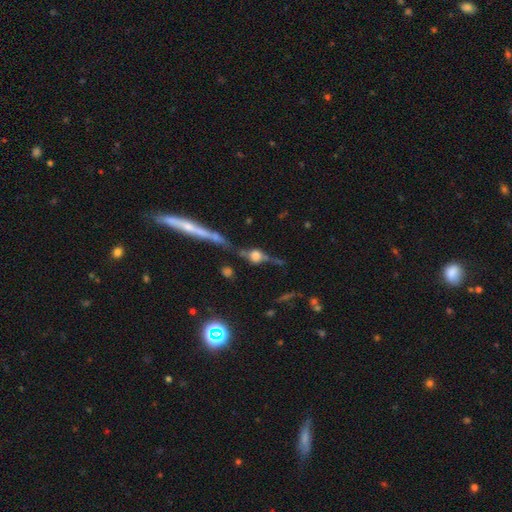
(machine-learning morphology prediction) type=featured or disk (68%); edge-on=yes (80%); edge-on bulge=rounded (88%); merging=none (50%).